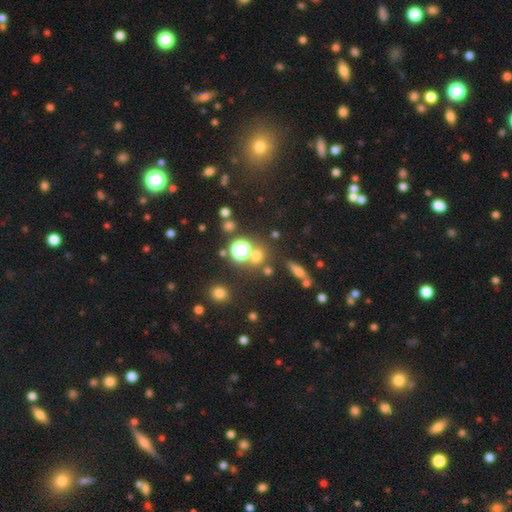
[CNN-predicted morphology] The model was most divided on "smooth or featured": smooth: 55%, star or artifact: 35%, featured or disk: 10%. More confident: how rounded — round (82%); merging — none (71%).